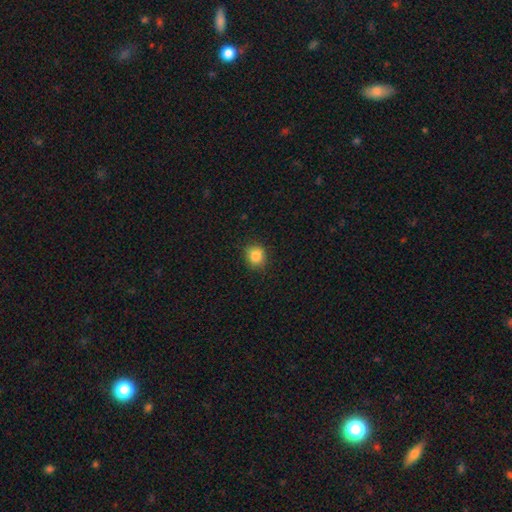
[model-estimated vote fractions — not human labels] This appears to be a smooth galaxy with no disk features (86%) that is round (76%). Merging: none (86%).